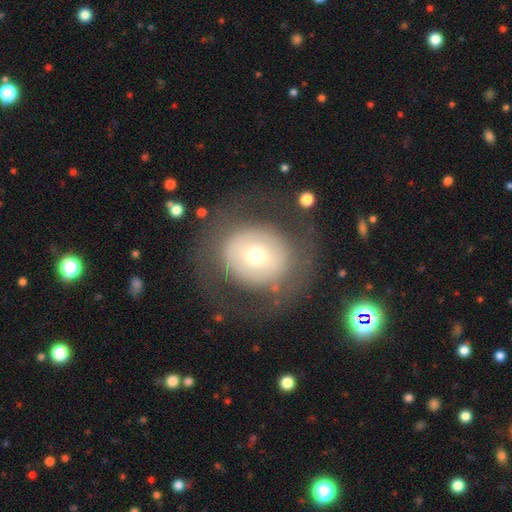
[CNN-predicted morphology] The model was most divided on "smooth or featured": smooth: 49%, featured or disk: 42%, star or artifact: 10%. More confident: merging — none (73%).